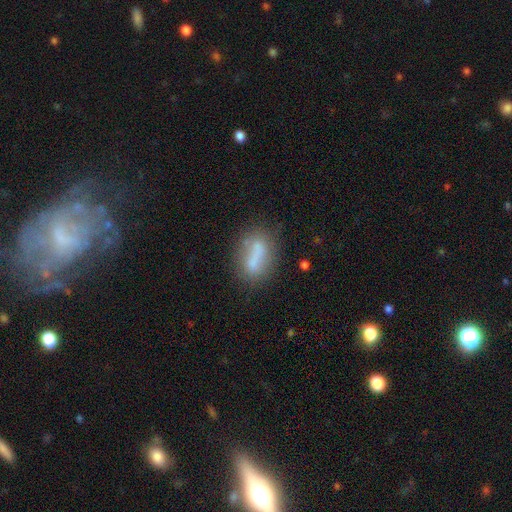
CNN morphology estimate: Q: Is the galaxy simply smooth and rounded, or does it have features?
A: smooth — 64%.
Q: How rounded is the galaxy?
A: in between — 68%.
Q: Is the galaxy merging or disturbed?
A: none — 52%.